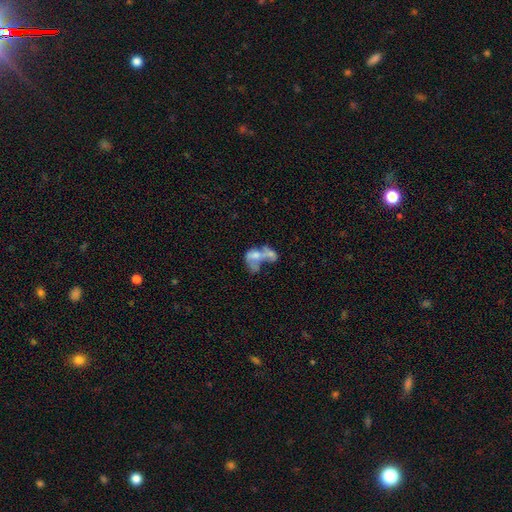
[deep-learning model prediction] featured or disk 45%, smooth 43%, star or artifact 12%. Down the decision tree: merging — merger (63%).